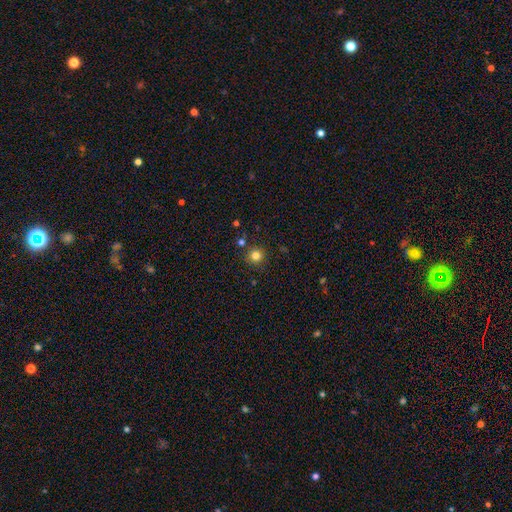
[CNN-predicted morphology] A smooth galaxy with no disk features (81%) that is round (94%).

Vote fractions:
- Smooth or featured? smooth: 81% / star or artifact: 13% / featured or disk: 5%
- How rounded? round: 94% / in between: 5% / cigar-shaped: 1%
- Merging? none: 87% / minor disturbance: 7% / merger: 4% / major disturbance: 2%